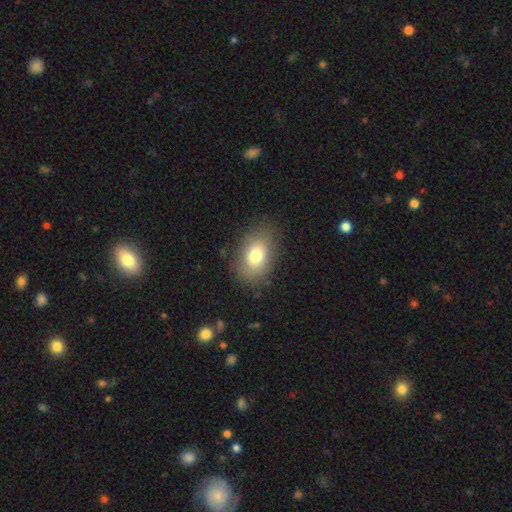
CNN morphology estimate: smooth 77%, featured or disk 14%, star or artifact 9%. Down the decision tree: how rounded — in between (85%); merging — none (83%).